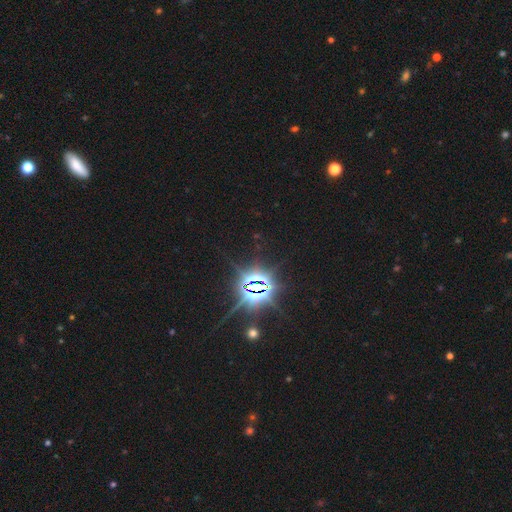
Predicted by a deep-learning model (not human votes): Smooth or featured? Predicted: star or artifact (p=0.85).